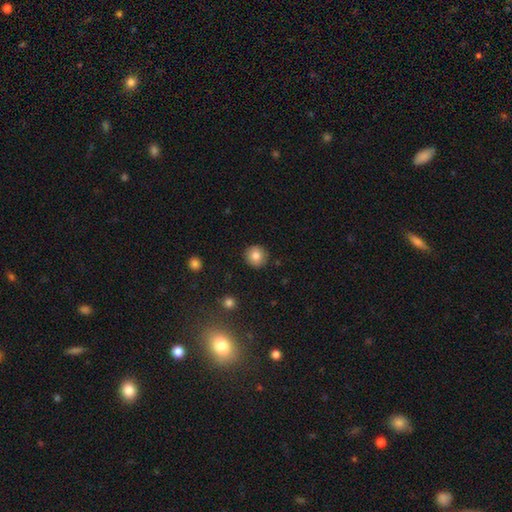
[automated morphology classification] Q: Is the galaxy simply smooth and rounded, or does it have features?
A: smooth — 83%.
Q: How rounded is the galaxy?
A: round — 94%.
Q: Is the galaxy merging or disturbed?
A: none — 92%.